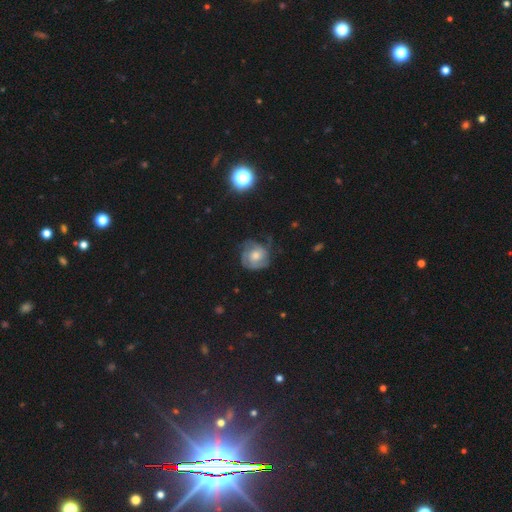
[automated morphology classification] Smooth or featured? Predicted: featured or disk (p=0.70). Edge-on disk? Predicted: no (p=0.98). Bar? Predicted: no (p=0.76). Spiral arms? Predicted: yes (p=0.91). Spiral winding? Predicted: tight (p=0.57). Spiral arm count? Predicted: 3 (p=0.36). Bulge size? Predicted: moderate (p=0.64). Merging? Predicted: none (p=0.64).